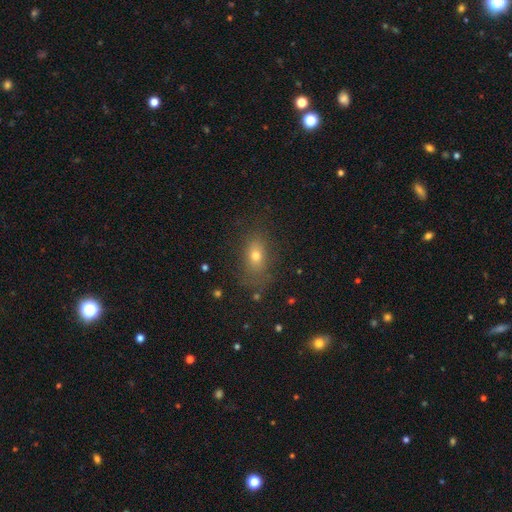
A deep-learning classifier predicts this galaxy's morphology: This is likely a smooth galaxy (70%). How rounded: likely in between (76%). Merging: likely none (69%).